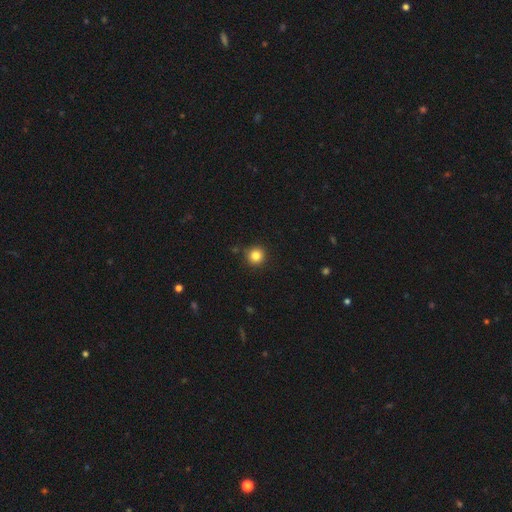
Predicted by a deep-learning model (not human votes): smooth 83%, star or artifact 11%, featured or disk 5%. Down the decision tree: how rounded — round (95%); merging — none (89%).